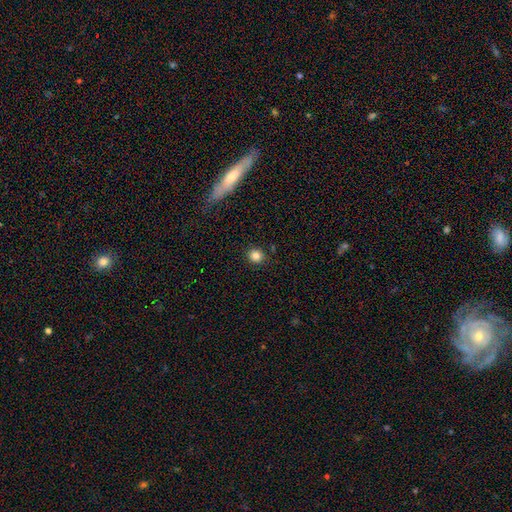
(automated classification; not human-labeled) The model was most divided on "smooth or featured": smooth: 83%, star or artifact: 12%, featured or disk: 5%. More confident: merging — none (89%); how rounded — round (88%).